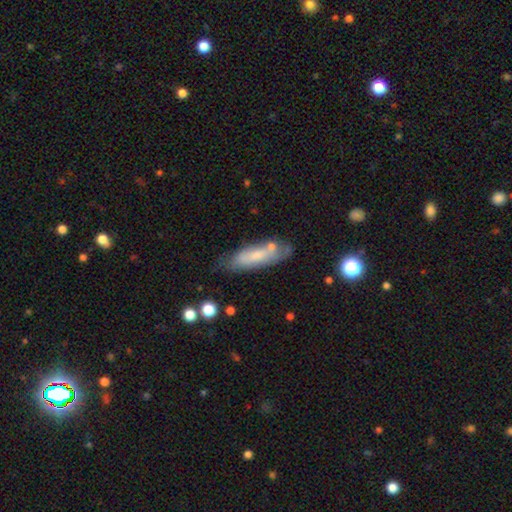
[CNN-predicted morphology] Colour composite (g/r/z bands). It shows a smooth galaxy with no disk features (66%) that is cigar-shaped (53%). Merging: none (63%).